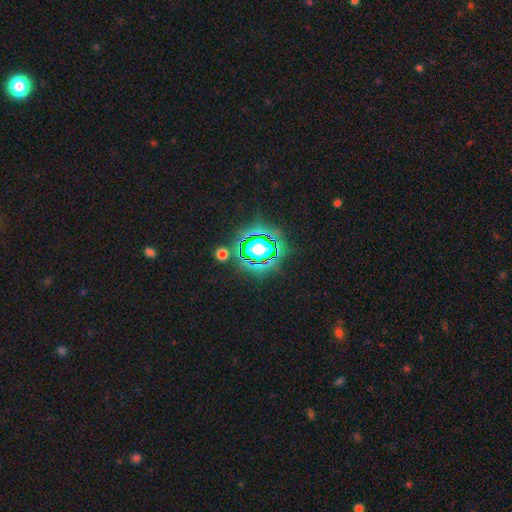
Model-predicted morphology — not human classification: A star or artifact, not a galaxy (77%).

Vote fractions:
- Smooth or featured? star or artifact: 77% / smooth: 14% / featured or disk: 8%